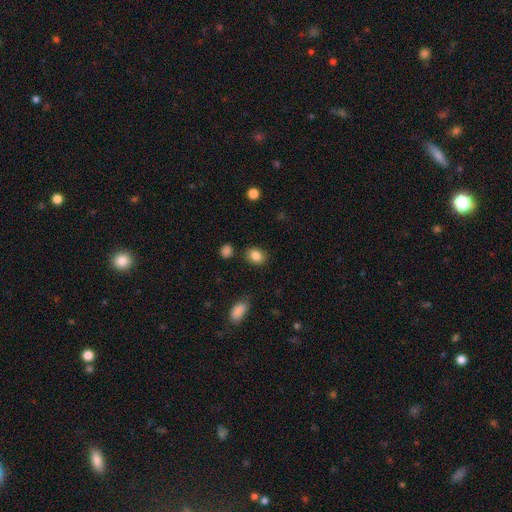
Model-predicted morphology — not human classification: Smooth or featured: smooth — 85% (star or artifact — 9%)
How rounded: in between — 65% (round — 34%)
Merging: none — 83% (minor disturbance — 11%)